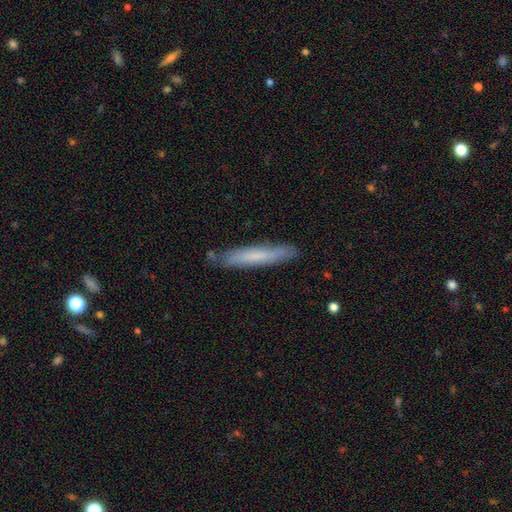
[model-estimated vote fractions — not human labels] This appears to be a smooth galaxy with no disk features (64%) that is cigar-shaped (94%). Merging: none (82%).